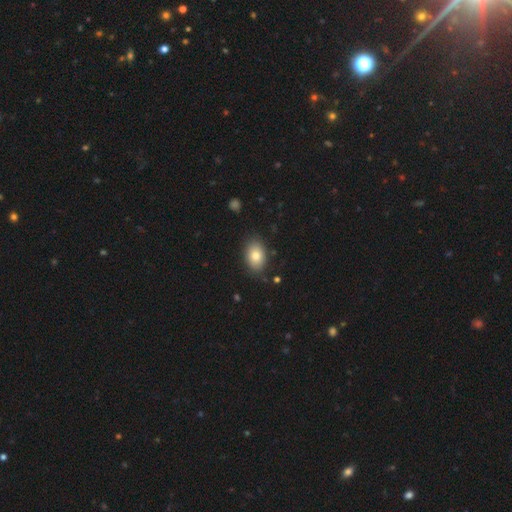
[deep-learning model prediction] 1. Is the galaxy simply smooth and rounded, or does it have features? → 80% smooth, 12% featured or disk, 8% star or artifact.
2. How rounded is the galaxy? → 85% in between, 13% round, 1% cigar-shaped.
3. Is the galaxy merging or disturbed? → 84% none, 12% minor disturbance, 3% major disturbance, 2% merger.